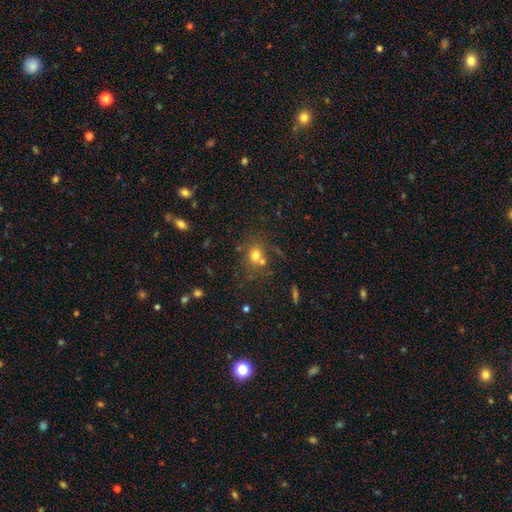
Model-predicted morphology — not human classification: Q: Smooth or featured?
A: smooth (72%); runner-up: star or artifact (16%)
Q: How rounded?
A: round (78%); runner-up: in between (21%)
Q: Merging?
A: none (59%); runner-up: merger (25%)